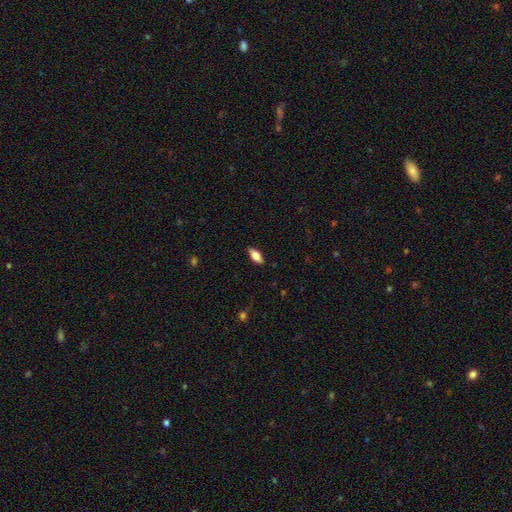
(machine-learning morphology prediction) smooth 77%, featured or disk 16%, star or artifact 7%. Down the decision tree: how rounded — in between (85%); merging — none (87%).